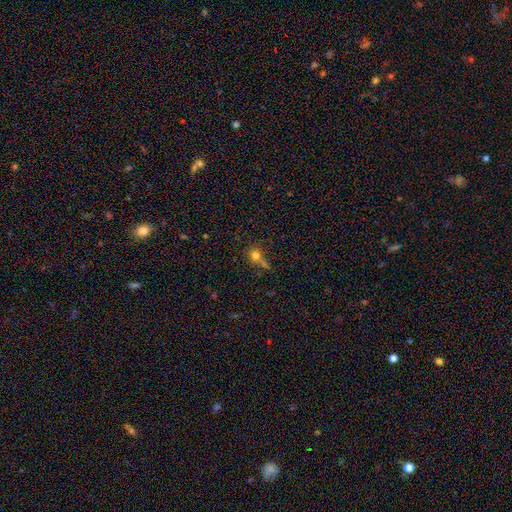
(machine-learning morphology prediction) smooth 70%, star or artifact 18%, featured or disk 12%. Down the decision tree: how rounded — round (80%); merging — none (50%).